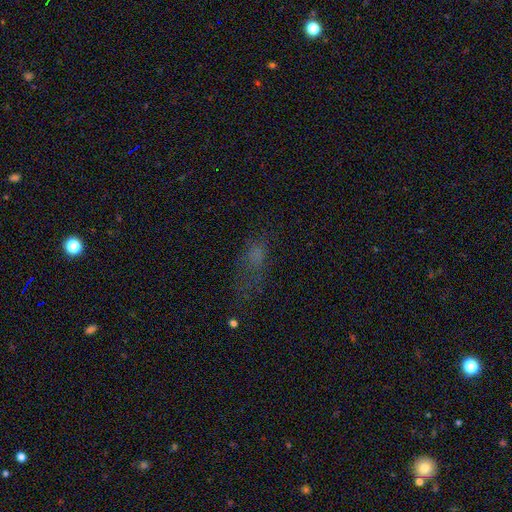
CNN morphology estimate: Overall: smooth (54%; star or artifact 27%). How rounded: in between (63%; cigar-shaped 26%). Merging: none (44%; major disturbance 28%).